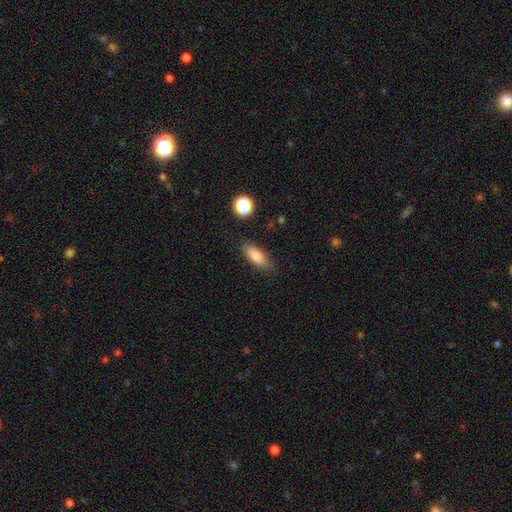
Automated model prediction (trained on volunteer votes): Overall: smooth (83%). How rounded: in between (72%). Merging: none (82%).